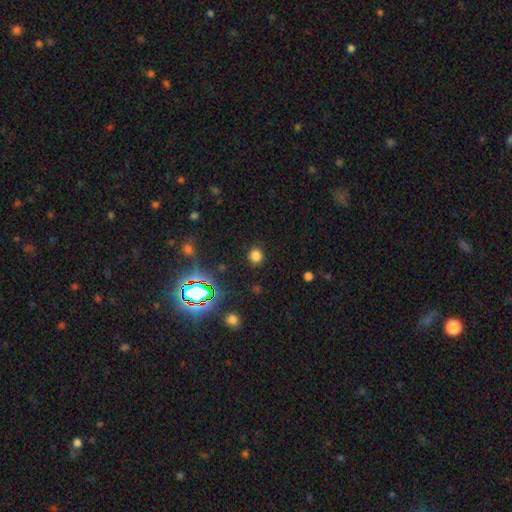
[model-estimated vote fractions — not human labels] smooth-or-featured: smooth: 75% | star or artifact: 20% | featured or disk: 5%
  how-rounded: round: 84% | in between: 15% | cigar-shaped: 1%
  merging: none: 89% | minor disturbance: 7% | major disturbance: 3% | merger: 1%